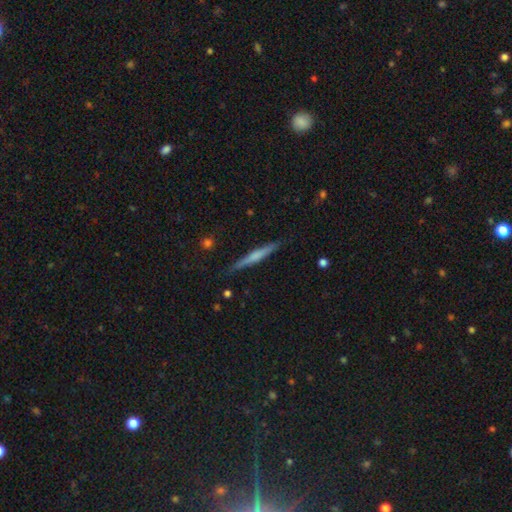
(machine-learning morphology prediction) smooth-or-featured: smooth: 47% (tied) | featured or disk: 47% (tied) | star or artifact: 6%
  merging: none: 86% | minor disturbance: 10% | major disturbance: 2% | merger: 1%